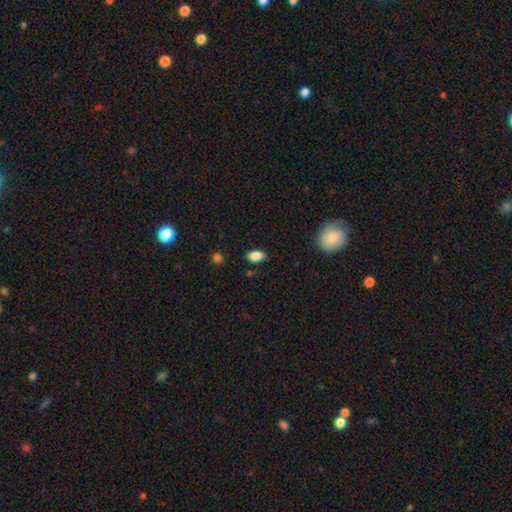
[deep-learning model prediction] This is clearly a smooth galaxy (84%). How rounded: clearly in between (90%). Merging: clearly none (84%).